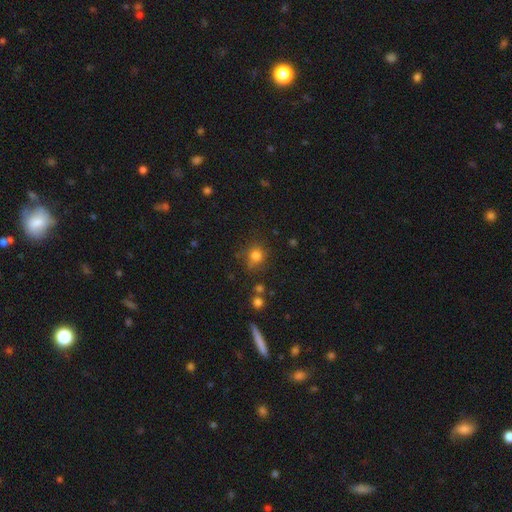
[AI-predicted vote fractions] Smooth or featured?
  - smooth: 80% *
  - star or artifact: 14%
  - featured or disk: 6%
How rounded?
  - round: 86% *
  - in between: 13%
  - cigar-shaped: 1%
Merging?
  - none: 77% *
  - minor disturbance: 13%
  - merger: 6%
  - major disturbance: 4%